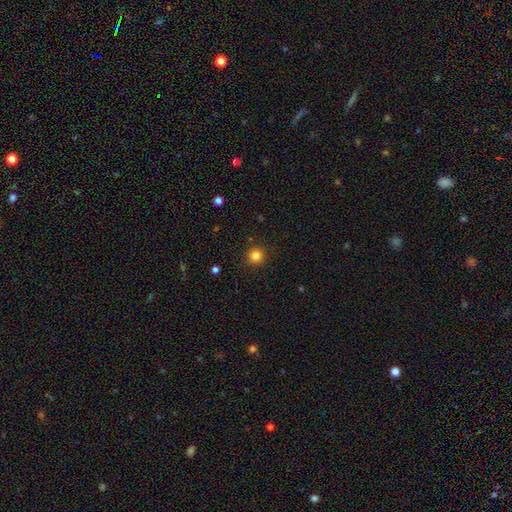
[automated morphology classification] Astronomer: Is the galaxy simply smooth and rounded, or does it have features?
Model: smooth — 83%.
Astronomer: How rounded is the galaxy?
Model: round — 95%.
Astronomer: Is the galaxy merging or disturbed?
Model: none — 91%.